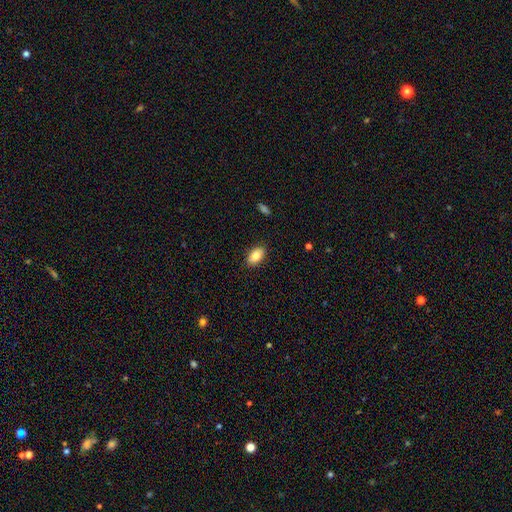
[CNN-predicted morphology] smooth-or-featured: smooth: 84% | featured or disk: 9% | star or artifact: 7%
  how-rounded: in between: 92% | round: 6% | cigar-shaped: 2%
  merging: none: 88% | minor disturbance: 9% | major disturbance: 2% | merger: 1%